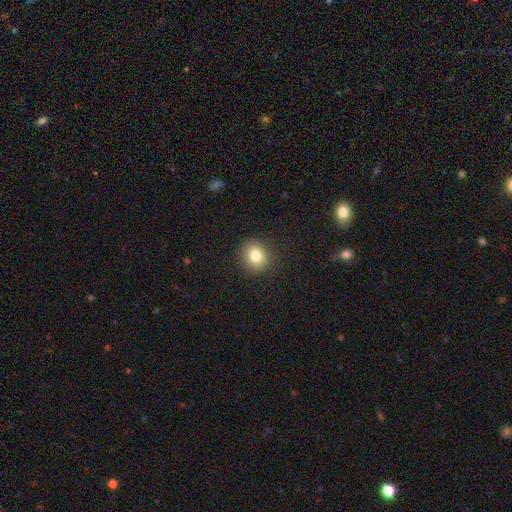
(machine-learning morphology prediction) smooth_or_featured: smooth (p=0.81) [alt: star or artifact p=0.11]
how_rounded: round (p=0.80) [alt: in between p=0.19]
merging: none (p=0.90) [alt: minor disturbance p=0.07]